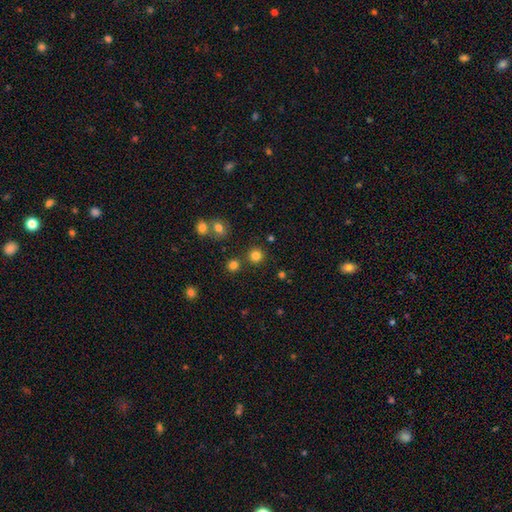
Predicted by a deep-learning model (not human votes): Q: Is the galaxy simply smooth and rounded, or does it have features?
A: smooth — 79%.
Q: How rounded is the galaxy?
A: round — 94%.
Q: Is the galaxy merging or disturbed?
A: none — 82%.